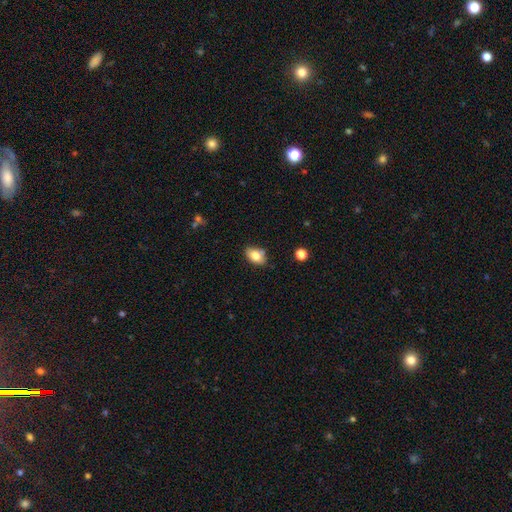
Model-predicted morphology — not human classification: Smooth or featured: smooth — 80% (featured or disk — 11%)
How rounded: in between — 85% (round — 14%)
Merging: none — 76% (minor disturbance — 16%)